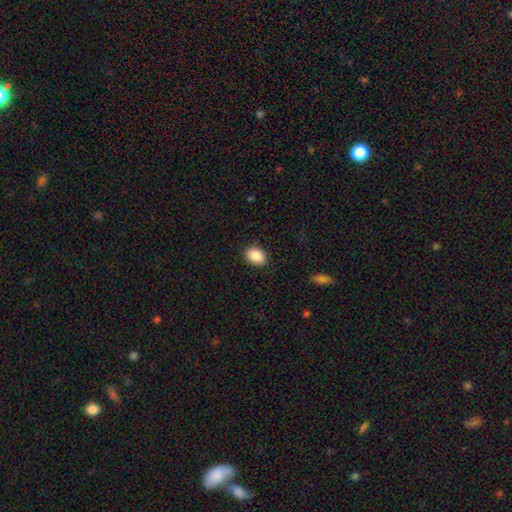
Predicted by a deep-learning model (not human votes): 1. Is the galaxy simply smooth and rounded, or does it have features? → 90% smooth, 7% star or artifact, 3% featured or disk.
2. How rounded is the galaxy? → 76% in between, 23% round, 1% cigar-shaped.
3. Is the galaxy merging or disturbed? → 88% none, 9% minor disturbance, 2% major disturbance, 1% merger.